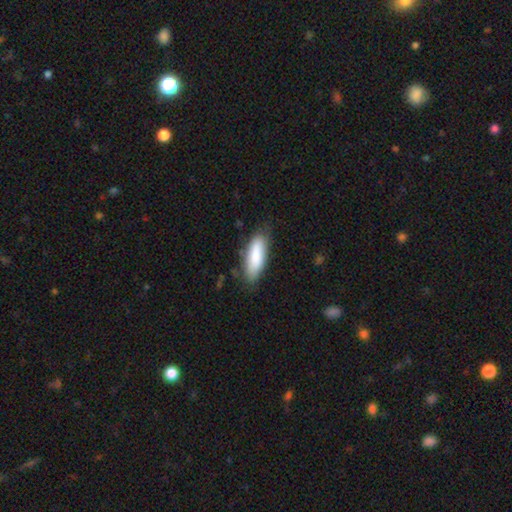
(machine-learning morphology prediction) This is clearly a smooth galaxy (84%). How rounded: likely in between (66%). Merging: likely none (76%).